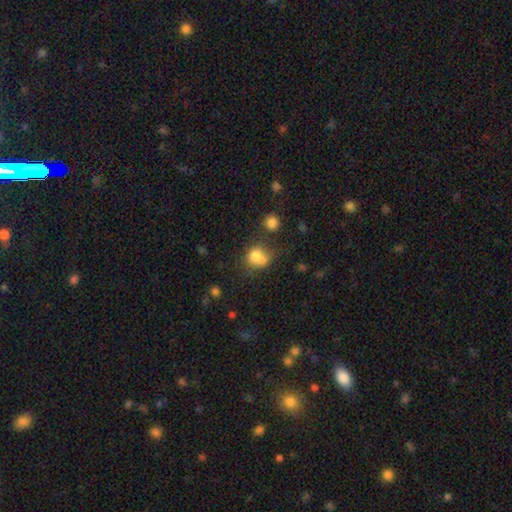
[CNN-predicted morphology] Smooth or featured? smooth (75%)
How rounded? round (66%)
Merging? merger (38%)